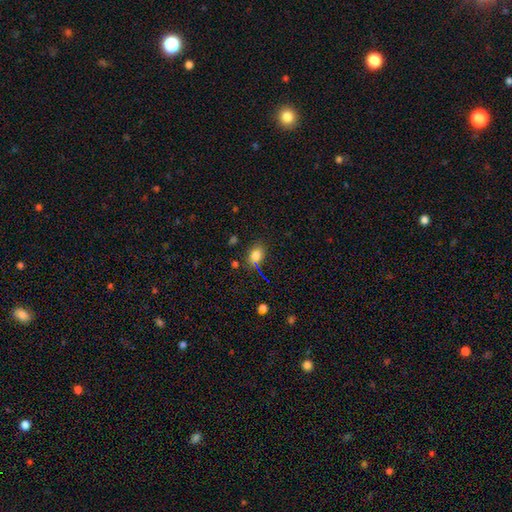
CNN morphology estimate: This is likely a smooth galaxy (79%). How rounded: likely in between (65%). Merging: likely none (76%).